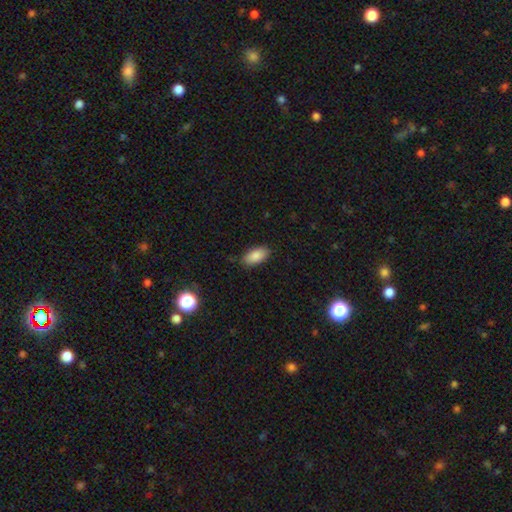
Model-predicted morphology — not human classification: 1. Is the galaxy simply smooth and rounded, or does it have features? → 87% smooth, 7% star or artifact, 6% featured or disk.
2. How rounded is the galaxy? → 92% in between, 6% cigar-shaped, 3% round.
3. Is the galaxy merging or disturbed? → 85% none, 11% minor disturbance, 2% major disturbance, 1% merger.